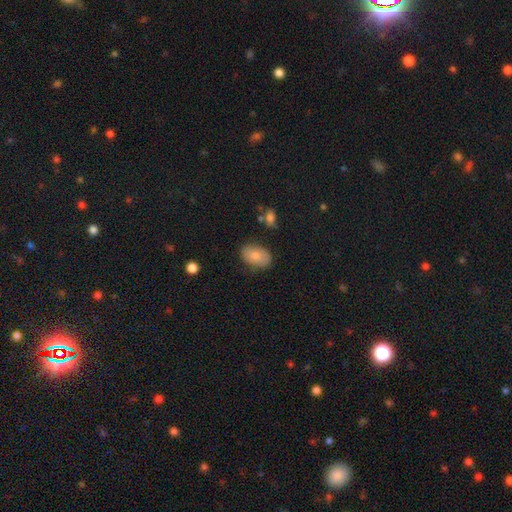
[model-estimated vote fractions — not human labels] Q: Smooth or featured?
A: smooth (79%); runner-up: featured or disk (14%)
Q: How rounded?
A: in between (89%); runner-up: round (10%)
Q: Merging?
A: none (77%); runner-up: minor disturbance (17%)